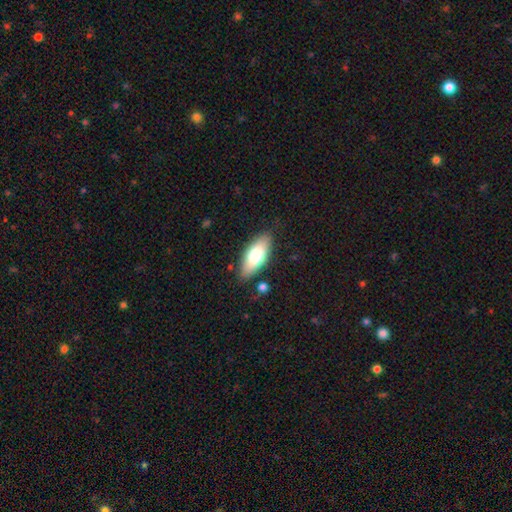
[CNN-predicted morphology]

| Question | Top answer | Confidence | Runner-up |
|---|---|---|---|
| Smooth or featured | smooth | 70% | featured or disk (24%) |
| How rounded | in between | 80% | cigar-shaped (17%) |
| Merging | none | 83% | minor disturbance (12%) |